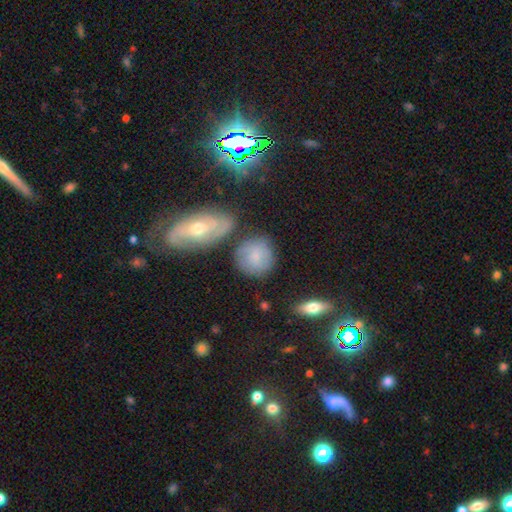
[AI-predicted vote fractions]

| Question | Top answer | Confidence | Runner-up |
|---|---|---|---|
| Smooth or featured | smooth | 65% | featured or disk (27%) |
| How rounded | round | 82% | in between (16%) |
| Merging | none | 69% | minor disturbance (17%) |